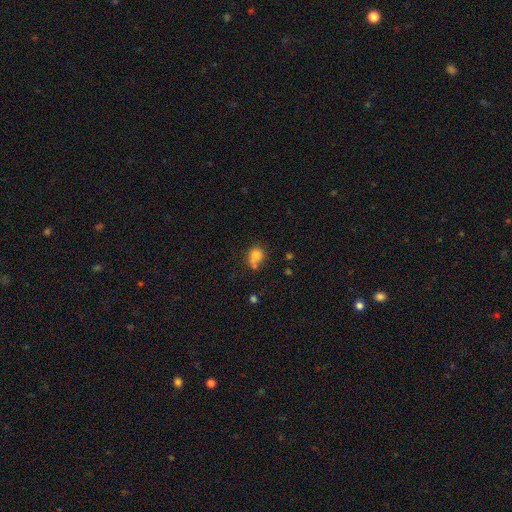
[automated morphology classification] This is likely a smooth galaxy (79%). How rounded: likely round (64%). Merging: marginally none (43%).